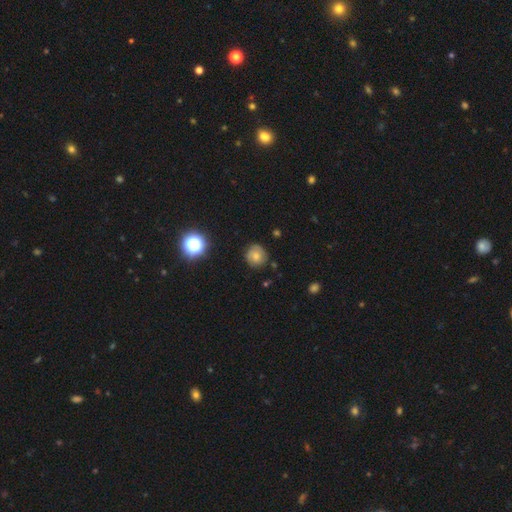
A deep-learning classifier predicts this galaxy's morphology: smooth 69%, featured or disk 17%, star or artifact 14%. Down the decision tree: how rounded — round (89%); merging — none (80%).